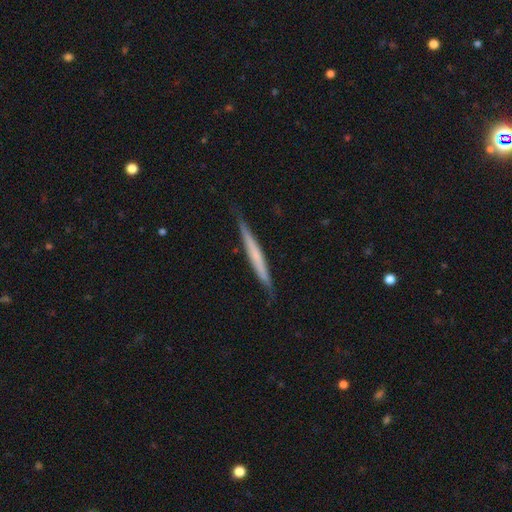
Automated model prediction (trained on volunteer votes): Q: Smooth or featured?
A: featured or disk (49%); runner-up: smooth (46%)
Q: Merging?
A: none (87%); runner-up: minor disturbance (10%)